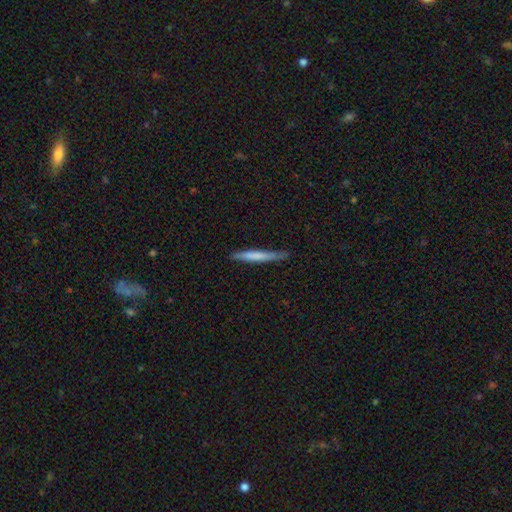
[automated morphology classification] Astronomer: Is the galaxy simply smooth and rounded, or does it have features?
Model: smooth — 63%.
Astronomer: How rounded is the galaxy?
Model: cigar-shaped — 96%.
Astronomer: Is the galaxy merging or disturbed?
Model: none — 81%.